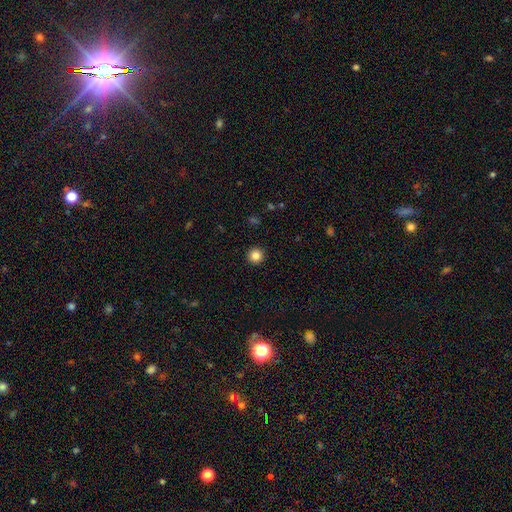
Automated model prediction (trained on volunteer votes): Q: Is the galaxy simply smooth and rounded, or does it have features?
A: smooth — 84%.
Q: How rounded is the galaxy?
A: round — 96%.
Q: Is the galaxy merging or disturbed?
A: none — 93%.